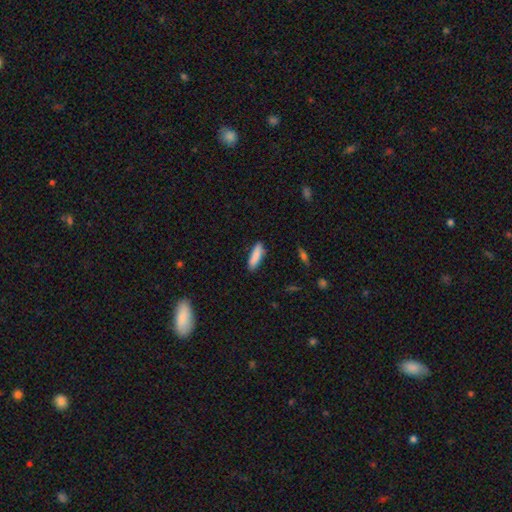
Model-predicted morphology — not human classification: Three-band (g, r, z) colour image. It shows a smooth galaxy with no disk features (87%) that is cigar-shaped (62%). Merging: none (84%).